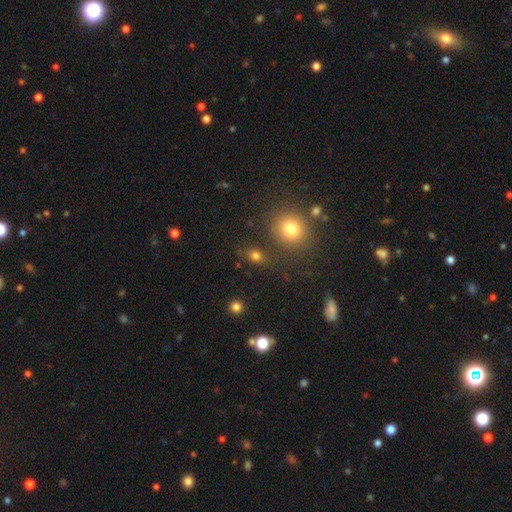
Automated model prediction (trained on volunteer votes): Smooth or featured? Predicted: smooth (p=0.76). How rounded? Predicted: round (p=0.50). Merging? Predicted: none (p=0.78).